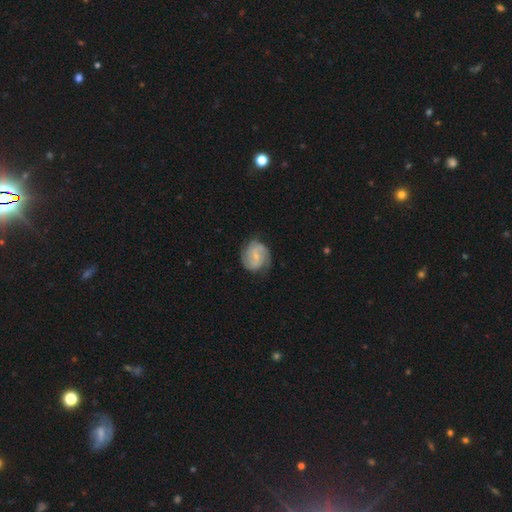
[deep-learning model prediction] This is likely a featured or disk galaxy (75%). It is clearly not viewed edge-on (98%). Bar: possibly weak (50%). Spiral arm pattern: clearly yes (94%). Spiral arm count: possibly 2 (54%). Spiral winding: marginally medium (44%). Central bulge: likely small (67%). Merging: likely none (73%).